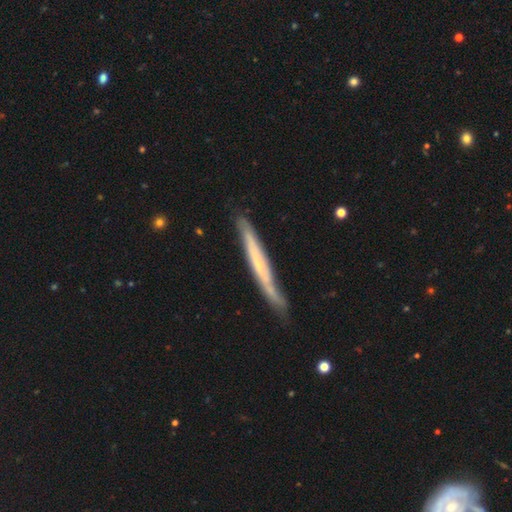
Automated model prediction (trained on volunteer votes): smooth-or-featured: featured or disk: 61% | smooth: 33% | star or artifact: 6%
  disk-edge-on: yes: 88% | no: 12%
    edge-on-bulge: none: 72% | rounded: 23% | boxy: 5%
  merging: none: 74% | minor disturbance: 20% | major disturbance: 3% | merger: 2%